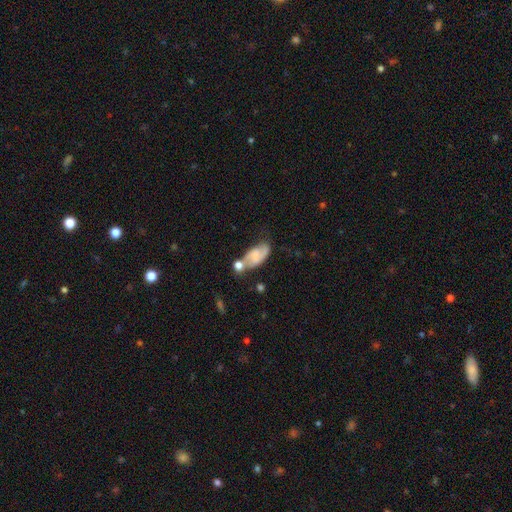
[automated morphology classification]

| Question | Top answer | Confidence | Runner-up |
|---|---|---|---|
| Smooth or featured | featured or disk | 49% | smooth (43%) |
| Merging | none | 37% | merger (32%) |